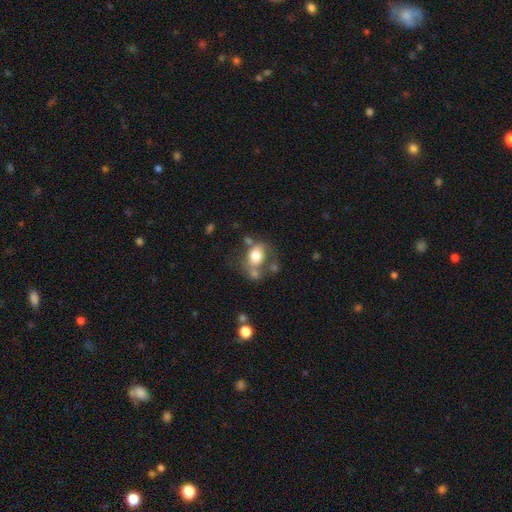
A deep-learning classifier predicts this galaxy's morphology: Q: Smooth or featured?
A: smooth (68%); runner-up: featured or disk (22%)
Q: How rounded?
A: in between (65%); runner-up: round (34%)
Q: Merging?
A: none (43%); runner-up: merger (22%)